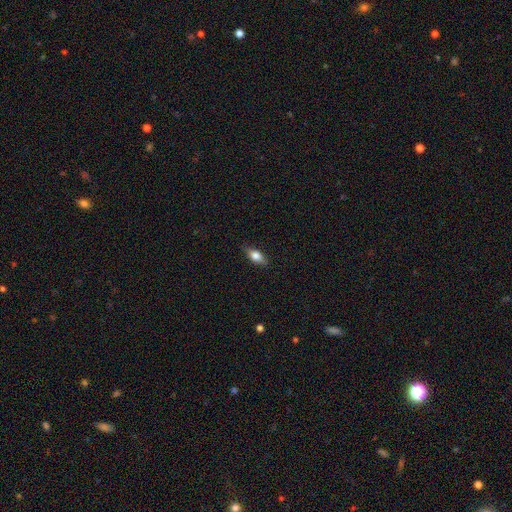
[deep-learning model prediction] Smooth or featured? Predicted: smooth (p=0.69). How rounded? Predicted: in between (p=0.78). Merging? Predicted: none (p=0.83).